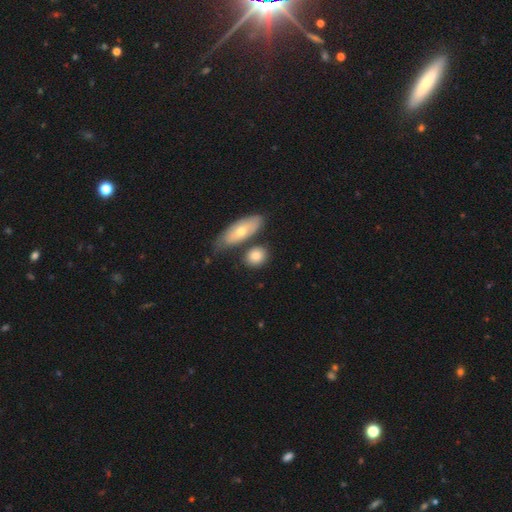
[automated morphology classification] A smooth galaxy with no disk features (79%) that is round (51%).

Vote fractions:
- Smooth or featured? smooth: 79% / featured or disk: 15% / star or artifact: 6%
- How rounded? round: 51% / in between: 43% / cigar-shaped: 6%
- Merging? none: 64% / merger: 18% / minor disturbance: 14% / major disturbance: 4%